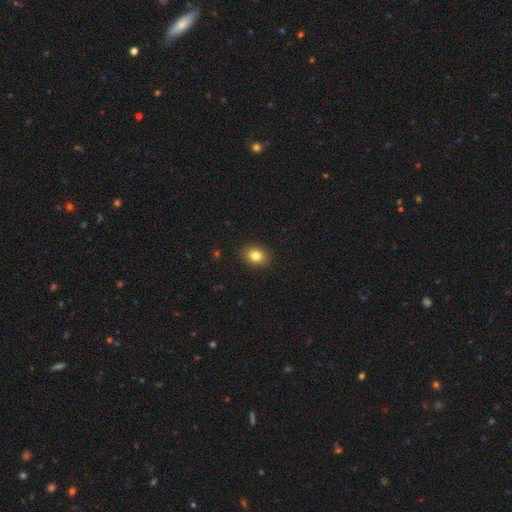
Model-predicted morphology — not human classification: A smooth galaxy with no disk features (83%) that is in between round and cigar-shaped (56%). Merging: none (90%).